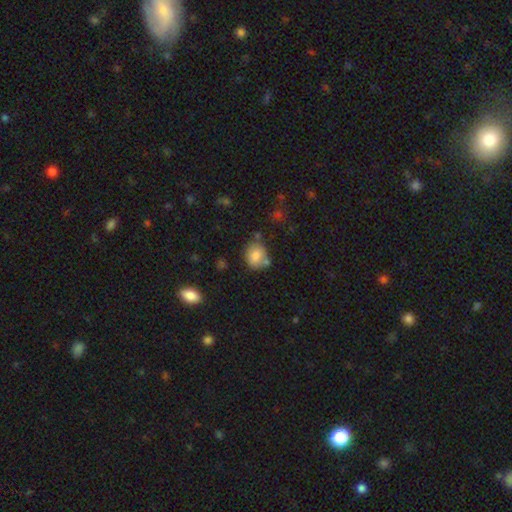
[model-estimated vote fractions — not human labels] This is likely a smooth galaxy (80%). How rounded: likely round (66%). Merging: likely none (62%).